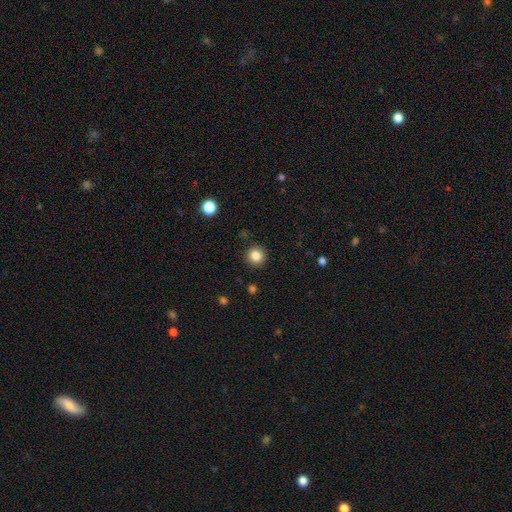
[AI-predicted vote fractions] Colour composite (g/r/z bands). It shows a smooth galaxy with no disk features (84%) that is round (94%). Merging: none (91%).